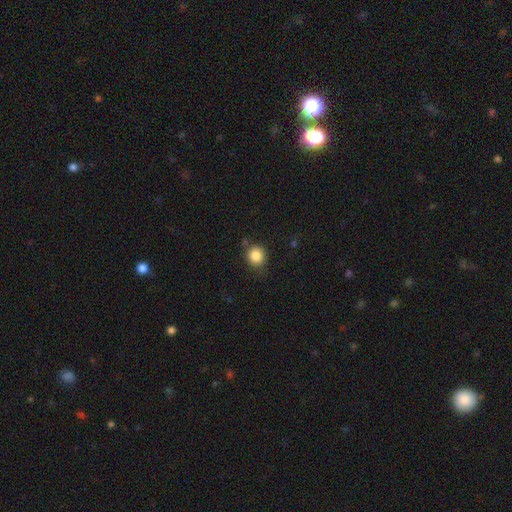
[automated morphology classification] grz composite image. It shows a smooth galaxy with no disk features (85%) that is round (87%). Merging: none (78%).